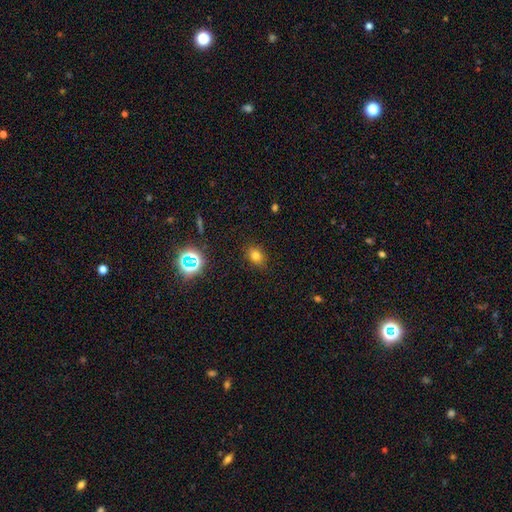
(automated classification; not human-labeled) smooth-or-featured: smooth: 74% | star or artifact: 19% | featured or disk: 8%
  how-rounded: in between: 58% | round: 41% | cigar-shaped: 1%
  merging: none: 87% | minor disturbance: 9% | major disturbance: 3% | merger: 1%